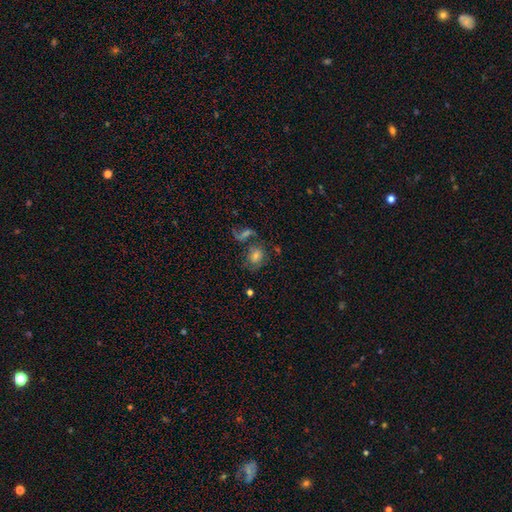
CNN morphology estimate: The model was most divided on "smooth or featured": smooth: 42%, featured or disk: 39%, star or artifact: 19%. Remaining: merging — none (50%).